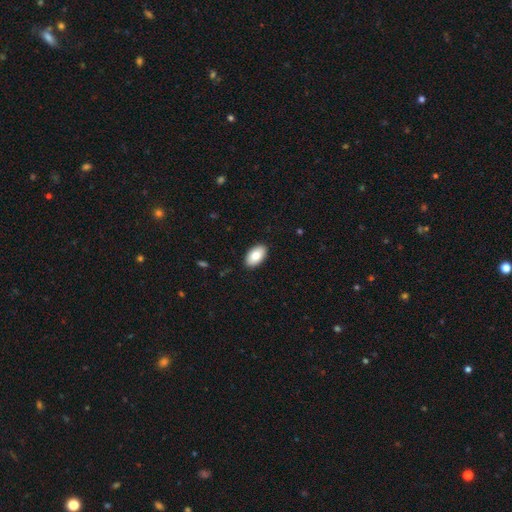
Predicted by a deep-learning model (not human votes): Smooth or featured?
  - smooth: 84% *
  - featured or disk: 10%
  - star or artifact: 6%
How rounded?
  - in between: 95% *
  - round: 3%
  - cigar-shaped: 2%
Merging?
  - none: 90% *
  - minor disturbance: 8%
  - major disturbance: 2%
  - merger: 1%